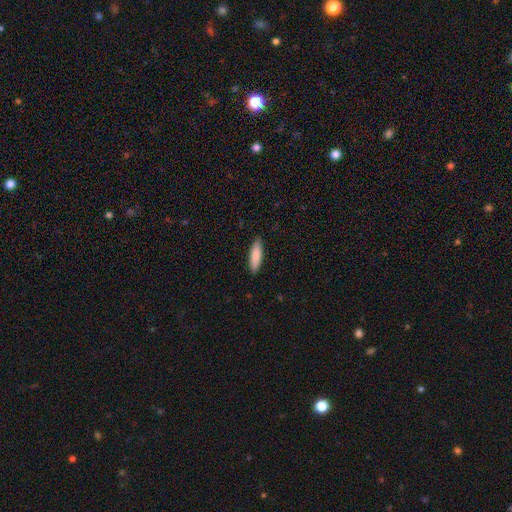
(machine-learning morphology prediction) type=smooth (87%); roundness=cigar-shaped (60%); merging=none (89%).